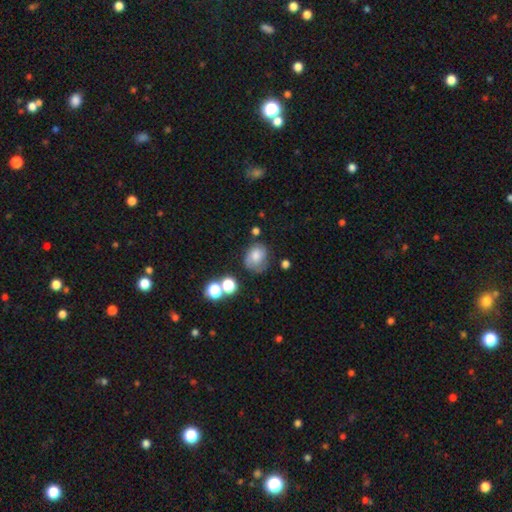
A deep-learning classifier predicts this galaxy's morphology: A smooth galaxy with no disk features (65%) that is round (58%). Merging: none (52%).